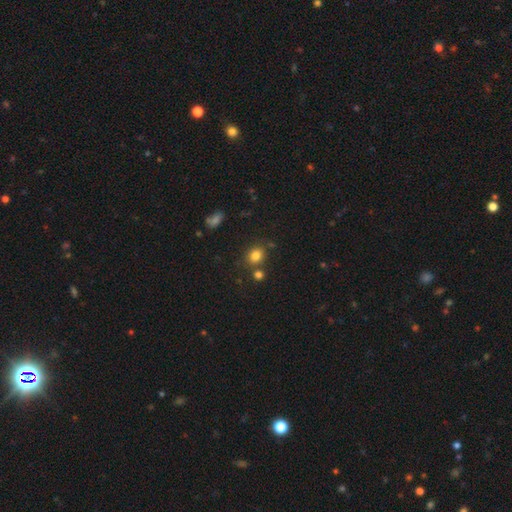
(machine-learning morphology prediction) Smooth or featured? smooth (80%)
How rounded? round (65%)
Merging? none (72%)